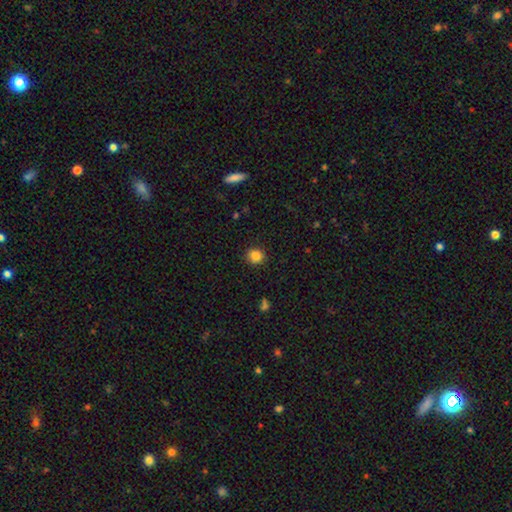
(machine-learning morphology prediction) Smooth or featured: smooth — 85% (star or artifact — 11%)
How rounded: round — 85% (in between — 14%)
Merging: none — 88% (minor disturbance — 8%)